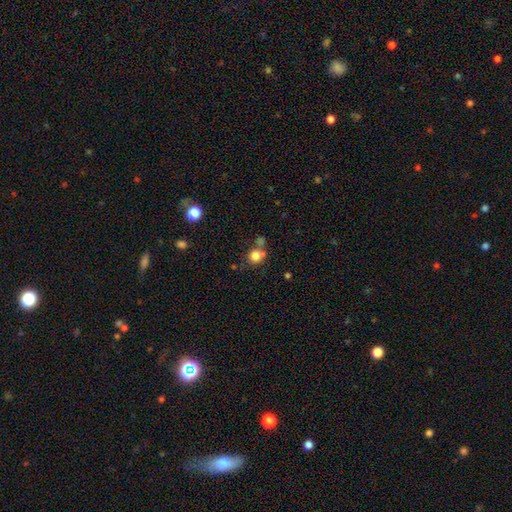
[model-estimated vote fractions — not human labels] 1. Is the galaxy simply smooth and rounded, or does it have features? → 80% smooth, 12% star or artifact, 8% featured or disk.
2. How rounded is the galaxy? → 84% round, 15% in between, 1% cigar-shaped.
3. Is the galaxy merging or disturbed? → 56% none, 27% merger, 12% minor disturbance, 5% major disturbance.